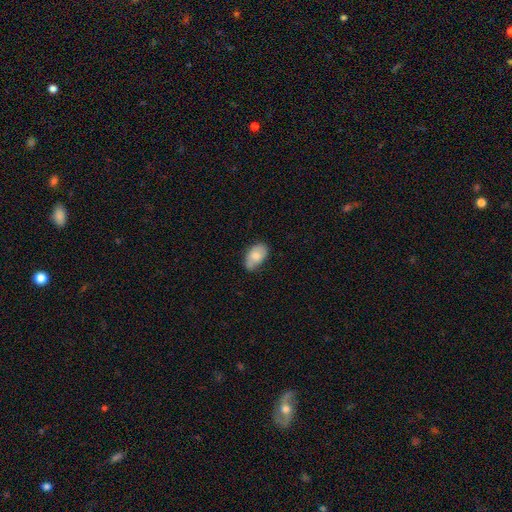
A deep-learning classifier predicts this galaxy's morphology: The model was most divided on "merging": none: 58%, minor disturbance: 33%, major disturbance: 6%, merger: 3%. More confident: how rounded — in between (91%); smooth or featured — smooth (75%).